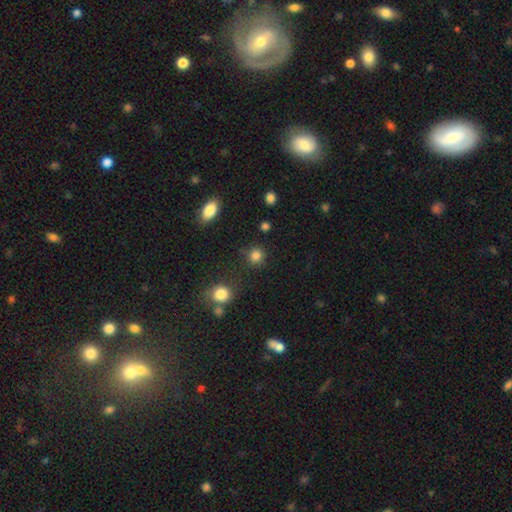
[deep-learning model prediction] Smooth or featured?
  - smooth: 83% *
  - star or artifact: 12%
  - featured or disk: 4%
How rounded?
  - round: 89% *
  - in between: 10%
  - cigar-shaped: 1%
Merging?
  - none: 81% *
  - minor disturbance: 10%
  - merger: 4%
  - major disturbance: 4%